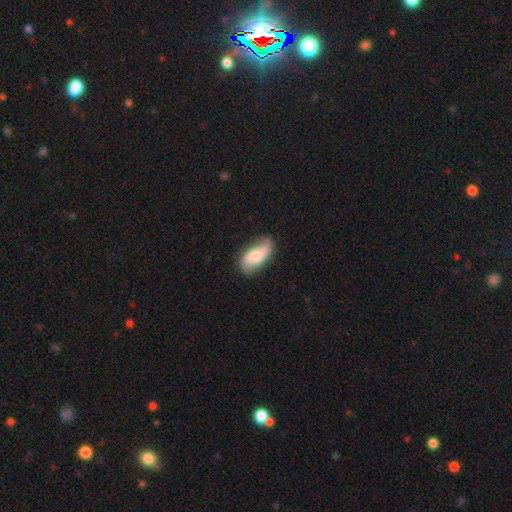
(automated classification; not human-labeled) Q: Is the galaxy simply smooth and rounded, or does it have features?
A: smooth — 47%.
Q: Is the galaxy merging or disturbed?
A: none — 62%.